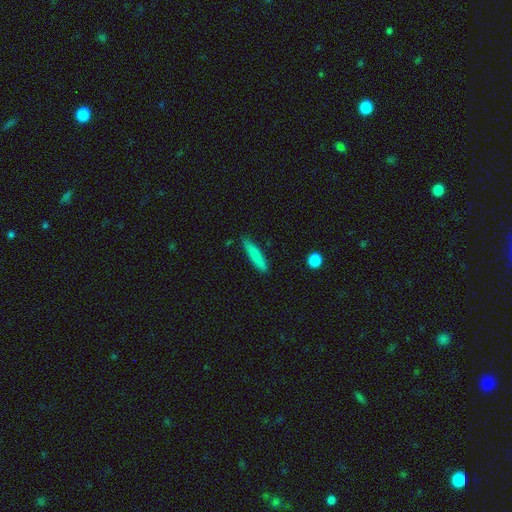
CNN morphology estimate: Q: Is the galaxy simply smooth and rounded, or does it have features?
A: smooth — 81%.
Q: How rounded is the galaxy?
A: cigar-shaped — 88%.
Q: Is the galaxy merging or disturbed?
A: none — 83%.